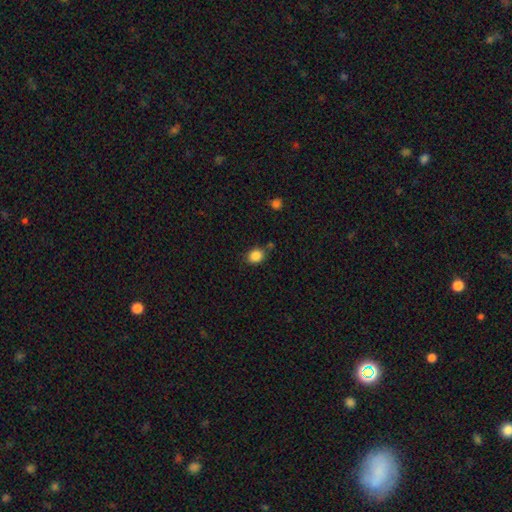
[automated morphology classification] smooth-or-featured: smooth: 86% | star or artifact: 10% | featured or disk: 4%
  how-rounded: round: 58% | in between: 41% | cigar-shaped: 1%
  merging: none: 75% | minor disturbance: 15% | merger: 7% | major disturbance: 4%